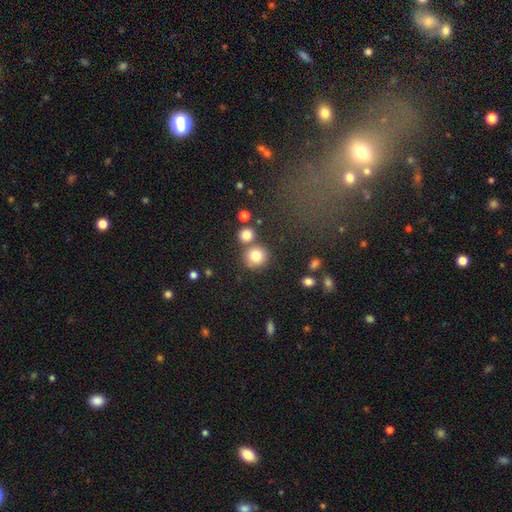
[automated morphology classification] Smooth or featured: smooth — 81% (star or artifact — 11%)
How rounded: round — 88% (in between — 11%)
Merging: none — 67% (merger — 20%)